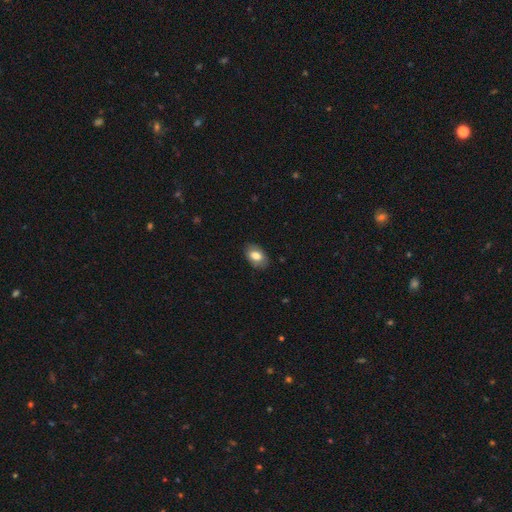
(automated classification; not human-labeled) Smooth or featured: smooth — 77% (featured or disk — 15%)
How rounded: in between — 87% (round — 11%)
Merging: none — 84% (minor disturbance — 13%)